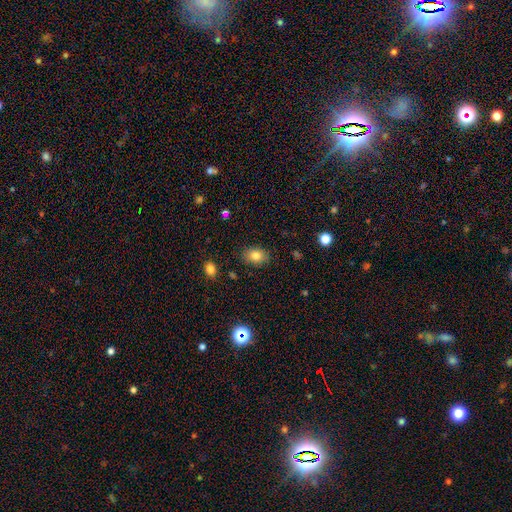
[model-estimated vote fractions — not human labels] Smooth or featured? Predicted: smooth (p=0.81). How rounded? Predicted: in between (p=0.75). Merging? Predicted: none (p=0.84).